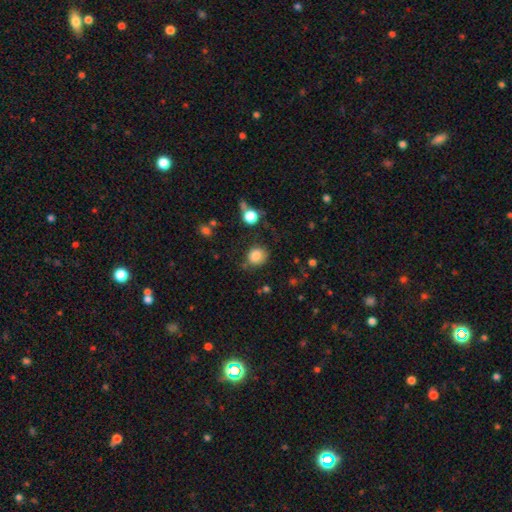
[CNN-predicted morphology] smooth_or_featured: smooth (p=0.83) [alt: star or artifact p=0.11]
how_rounded: round (p=0.80) [alt: in between p=0.19]
merging: none (p=0.71) [alt: minor disturbance p=0.18]